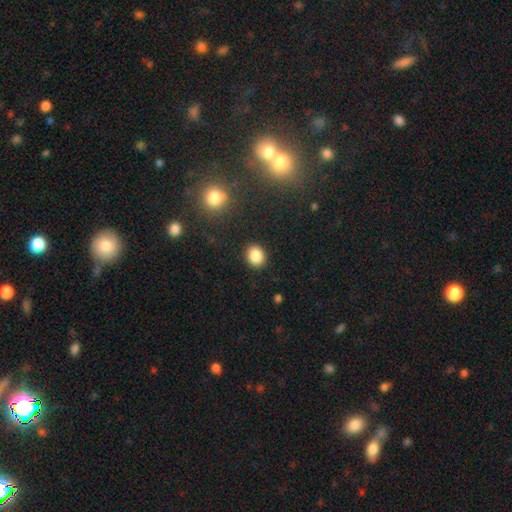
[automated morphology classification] Overall: smooth (86%). How rounded: round (55%; in between 44%). Merging: none (89%).